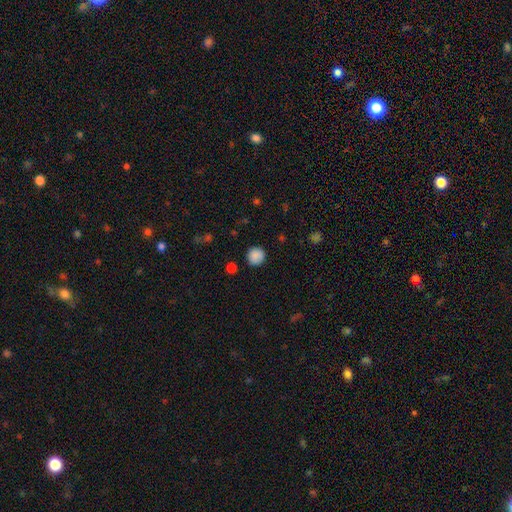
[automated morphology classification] smooth 87%, star or artifact 9%, featured or disk 4%. Down the decision tree: how rounded — round (92%); merging — none (86%).